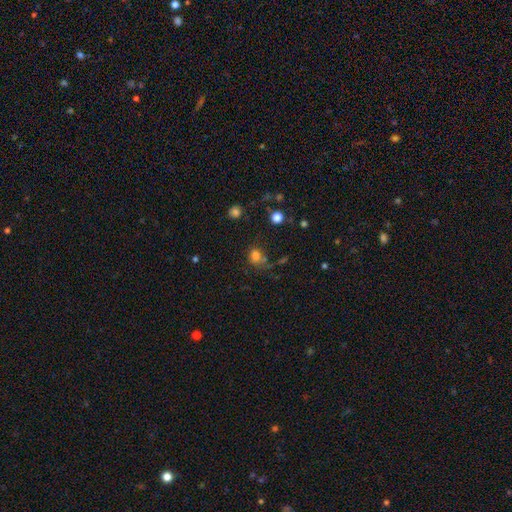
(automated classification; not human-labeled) This appears to be a smooth galaxy with no disk features (74%) that is round (59%). Merging: none (51%).